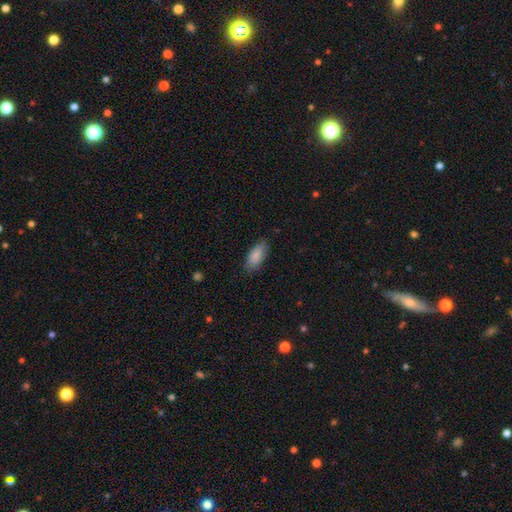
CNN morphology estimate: Smooth or featured?
  - smooth: 86% *
  - featured or disk: 8%
  - star or artifact: 6%
How rounded?
  - in between: 86% *
  - cigar-shaped: 12%
  - round: 2%
Merging?
  - none: 83% *
  - minor disturbance: 14%
  - major disturbance: 3%
  - merger: 1%